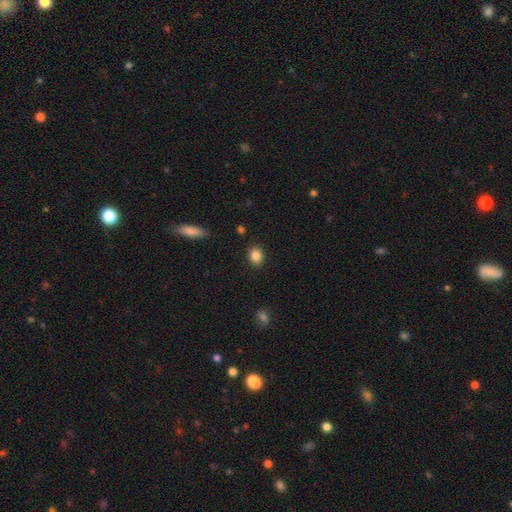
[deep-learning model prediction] Overall: smooth (85%). How rounded: in between (54%; round 44%). Merging: none (88%).